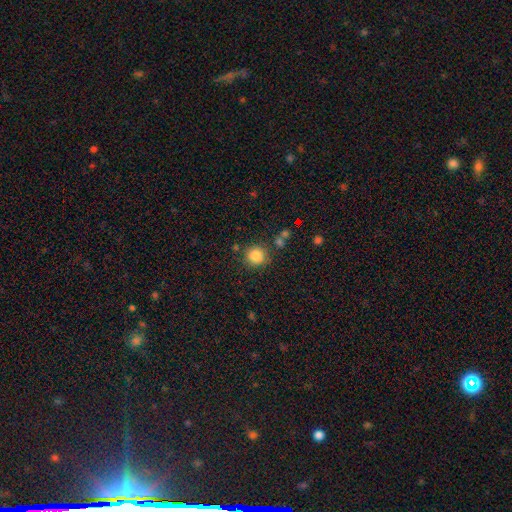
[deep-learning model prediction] This is clearly a smooth galaxy (85%). How rounded: clearly round (90%). Merging: clearly none (81%).